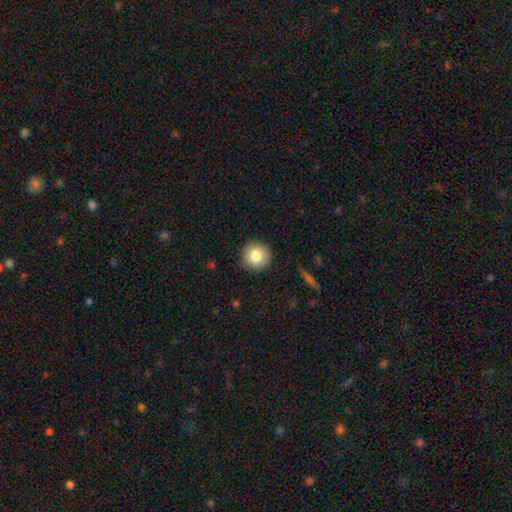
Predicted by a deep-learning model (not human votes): Smooth or featured?
  - smooth: 81% *
  - featured or disk: 10%
  - star or artifact: 9%
How rounded?
  - round: 94% *
  - in between: 5%
  - cigar-shaped: 1%
Merging?
  - none: 91% *
  - minor disturbance: 6%
  - major disturbance: 2%
  - merger: 1%